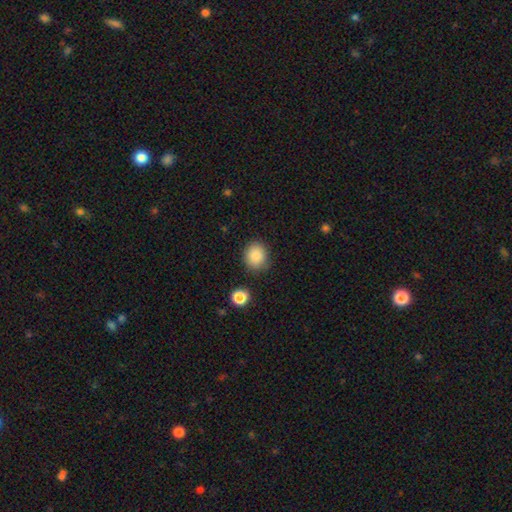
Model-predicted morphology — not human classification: smooth_or_featured: smooth (p=0.86) [alt: star or artifact p=0.09]
how_rounded: round (p=0.74) [alt: in between p=0.26]
merging: none (p=0.84) [alt: minor disturbance p=0.11]